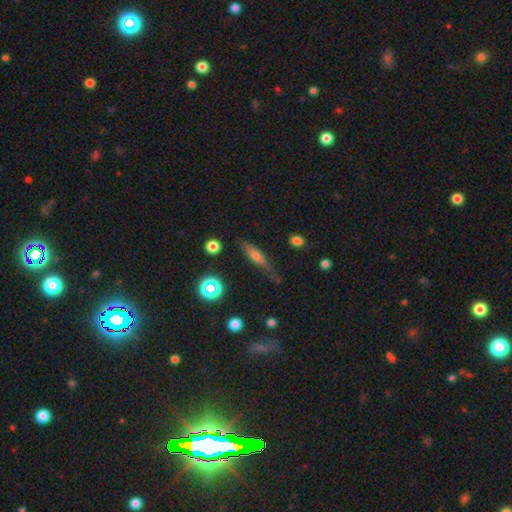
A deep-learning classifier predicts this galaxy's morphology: This appears to be a smooth galaxy with no disk features (53%) that is cigar-shaped (73%). Merging: none (64%).